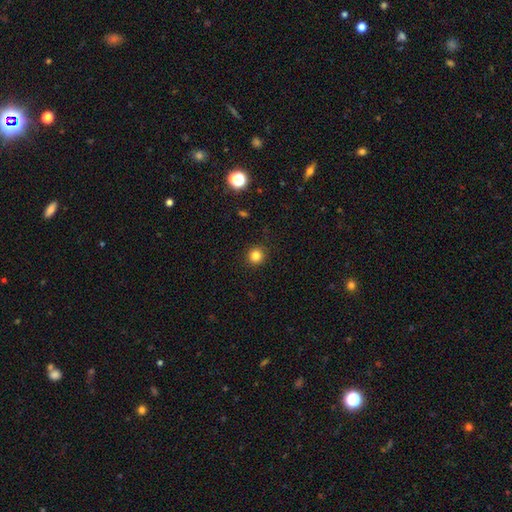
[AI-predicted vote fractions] Q: Smooth or featured?
A: smooth (83%); runner-up: star or artifact (12%)
Q: How rounded?
A: round (94%); runner-up: in between (5%)
Q: Merging?
A: none (92%); runner-up: minor disturbance (5%)